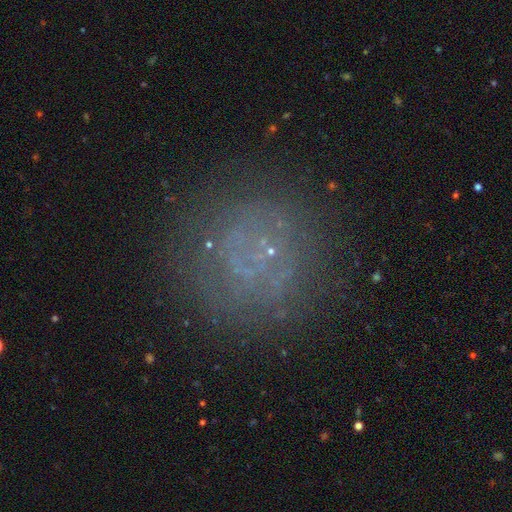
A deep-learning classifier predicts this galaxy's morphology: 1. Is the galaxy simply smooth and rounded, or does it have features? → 42% featured or disk, 34% smooth, 24% star or artifact.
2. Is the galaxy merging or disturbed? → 78% none, 12% minor disturbance, 8% major disturbance, 2% merger.